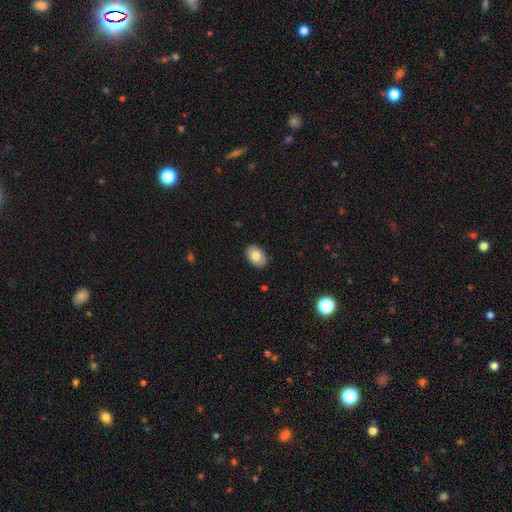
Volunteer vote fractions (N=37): smooth-or-featured: smooth: 84% | featured or disk: 14% | star or artifact: 3%
  how-rounded: in between: 97% | round: 3% | cigar-shaped: 0%
  merging: none: 89% | minor disturbance: 11% | major disturbance: 0% | merger: 0%